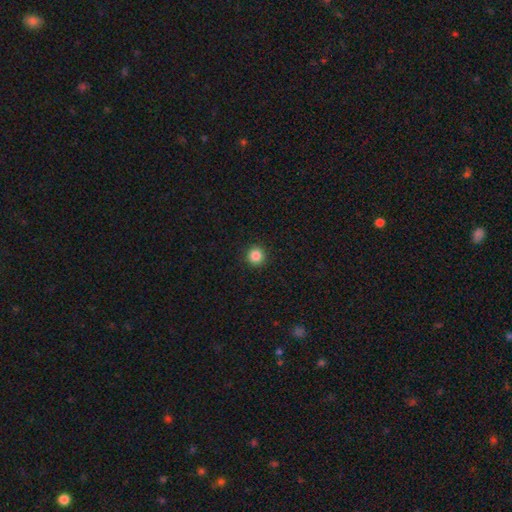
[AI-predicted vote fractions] smooth-or-featured: smooth: 85% | star or artifact: 11% | featured or disk: 4%
  how-rounded: round: 96% | in between: 3% | cigar-shaped: 1%
  merging: none: 93% | minor disturbance: 5% | major disturbance: 2% | merger: 1%